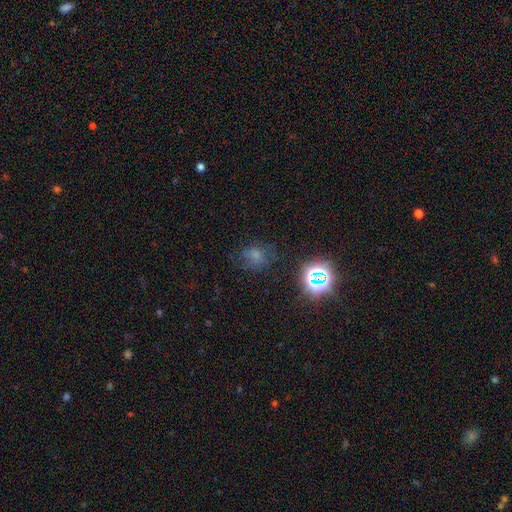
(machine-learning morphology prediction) type=smooth (55%); roundness=round (62%); merging=none (59%).